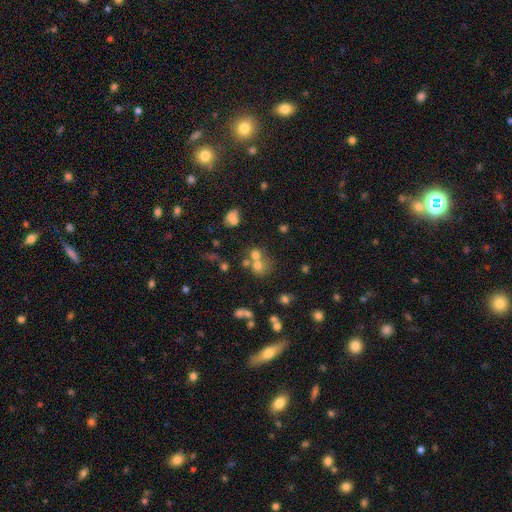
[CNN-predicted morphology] Smooth or featured? smooth (62%)
How rounded? round (79%)
Merging? merger (49%)